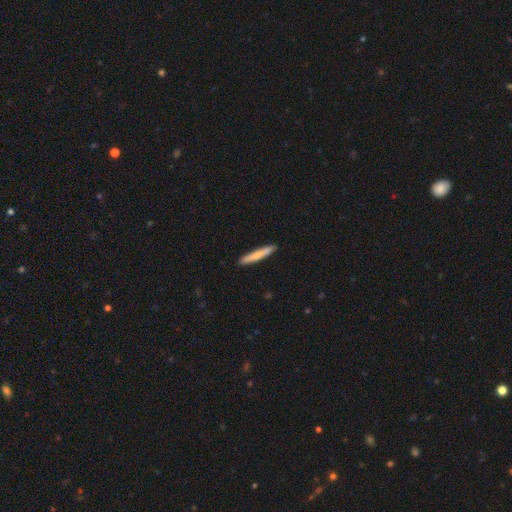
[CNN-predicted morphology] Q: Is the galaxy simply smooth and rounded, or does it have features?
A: smooth — 73%.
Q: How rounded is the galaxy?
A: cigar-shaped — 95%.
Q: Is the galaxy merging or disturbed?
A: none — 91%.